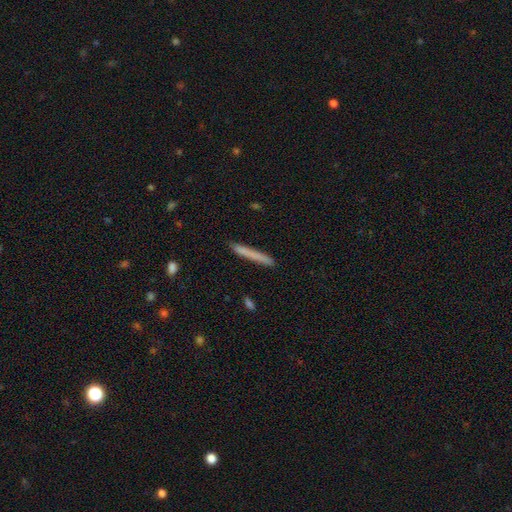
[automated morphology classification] type=smooth (74%); roundness=cigar-shaped (97%); merging=none (89%).